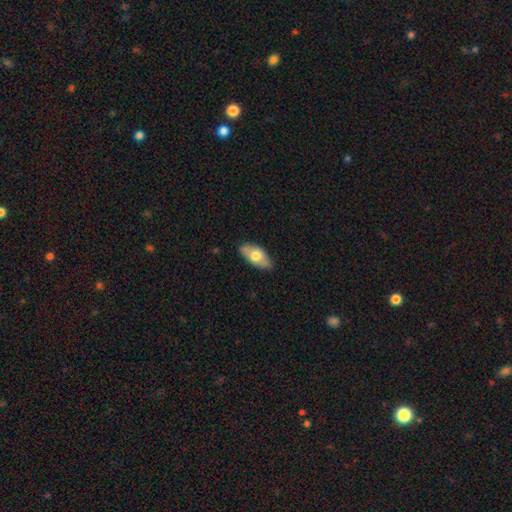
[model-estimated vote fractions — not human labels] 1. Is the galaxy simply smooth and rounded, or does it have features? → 65% smooth, 29% featured or disk, 6% star or artifact.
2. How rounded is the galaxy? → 90% in between, 6% cigar-shaped, 3% round.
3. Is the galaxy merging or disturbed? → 82% none, 14% minor disturbance, 2% major disturbance, 1% merger.